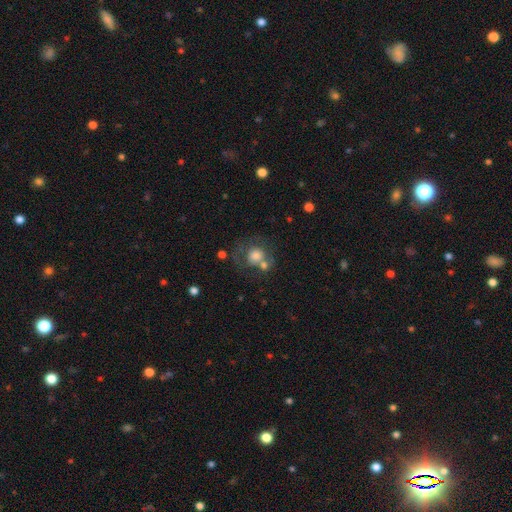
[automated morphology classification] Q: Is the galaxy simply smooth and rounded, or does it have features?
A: smooth — 65%.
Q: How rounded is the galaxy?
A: round — 82%.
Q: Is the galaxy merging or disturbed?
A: none — 42%.